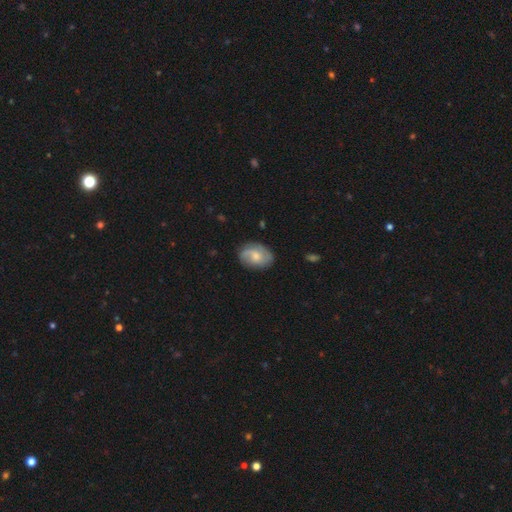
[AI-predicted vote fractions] The model was most divided on "bulge size": moderate: 45%, small: 41%, none: 8%, large: 5%, dominant: 1%. Remaining: edge-on disk — no (97%); spiral arms — yes (89%); merging — none (73%); bar — no (61%); smooth or featured — featured or disk (59%); spiral arm count — 2 (53%); spiral winding — medium (43%).